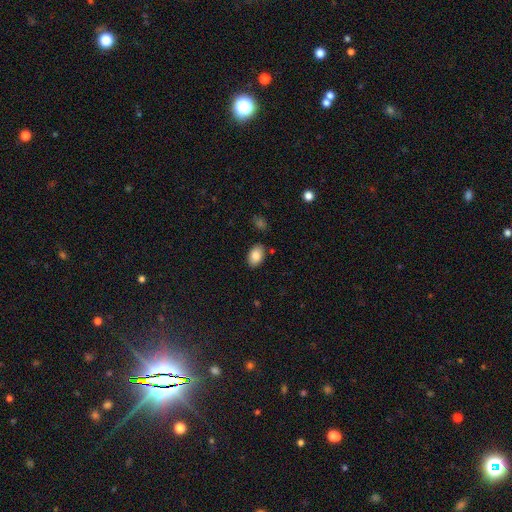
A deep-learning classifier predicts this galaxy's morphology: A smooth galaxy with no disk features (84%) that is in between round and cigar-shaped (88%).

Vote fractions:
- Smooth or featured? smooth: 84% / featured or disk: 8% / star or artifact: 7%
- How rounded? in between: 88% / round: 10% / cigar-shaped: 1%
- Merging? none: 84% / minor disturbance: 11% / merger: 3% / major disturbance: 2%